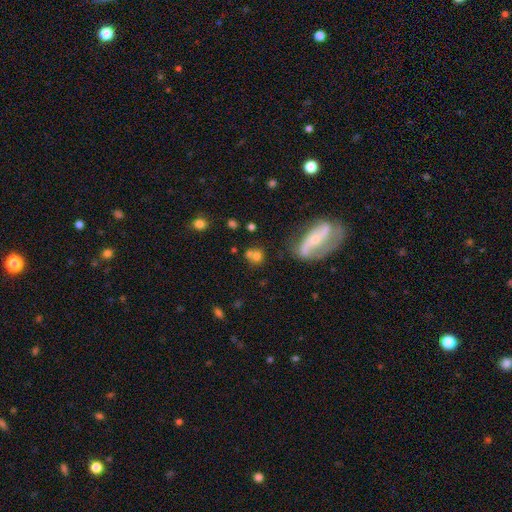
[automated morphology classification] Smooth or featured?
  - smooth: 66% *
  - featured or disk: 19%
  - star or artifact: 15%
How rounded?
  - round: 81% *
  - in between: 17%
  - cigar-shaped: 2%
Merging?
  - none: 53% *
  - merger: 29%
  - minor disturbance: 11%
  - major disturbance: 6%